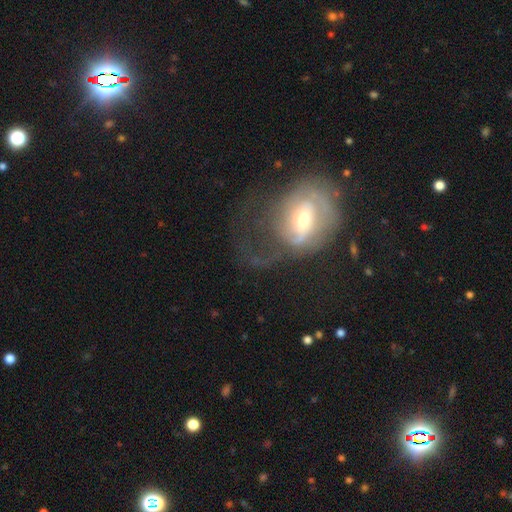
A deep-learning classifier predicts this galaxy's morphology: The model was most divided on "bar": weak: 43%, no: 34%, strong: 23%. Remaining: edge-on disk — no (94%); smooth or featured — featured or disk (67%); spiral arms — yes (66%); bulge size — moderate (57%); merging — major disturbance (45%).